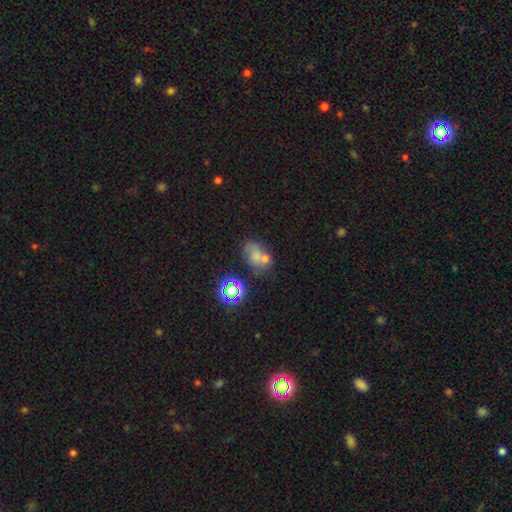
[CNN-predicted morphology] The model was most divided on "merging": none: 39%, merger: 31%, minor disturbance: 19%, major disturbance: 11%. More confident: how rounded — in between (71%); smooth or featured — smooth (57%).